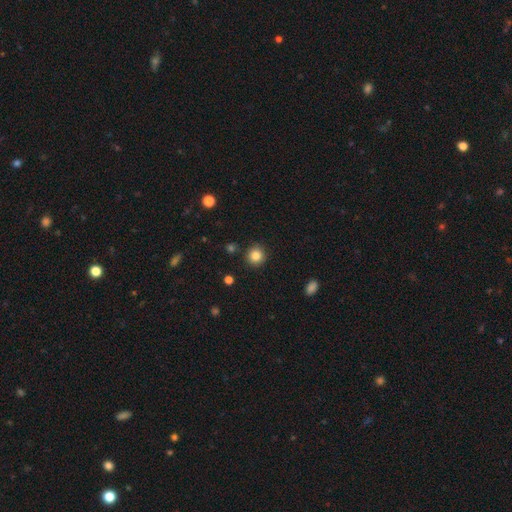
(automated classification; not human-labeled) Morphology: type=smooth (84%); roundness=round (93%); merging=none (89%).